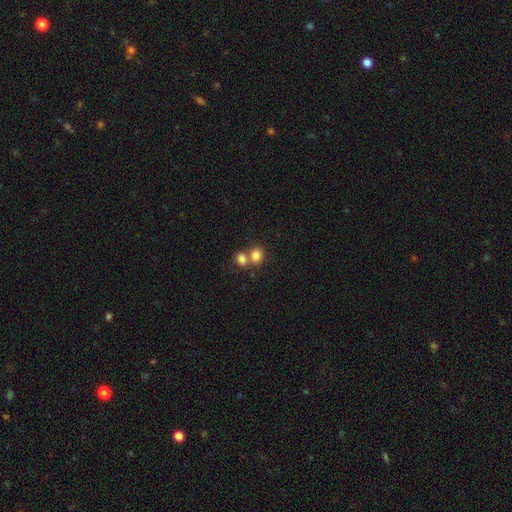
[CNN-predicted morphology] The model was most divided on "merging": merger: 52%, none: 38%, minor disturbance: 7%, major disturbance: 3%. More confident: smooth or featured — smooth (81%); how rounded — round (63%).